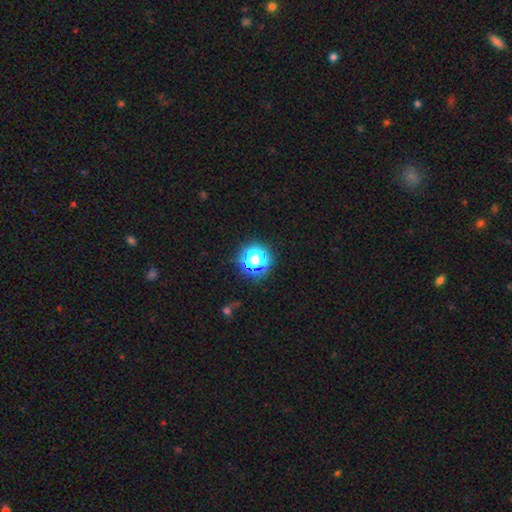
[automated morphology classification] smooth-or-featured: smooth: 52% | star or artifact: 39% | featured or disk: 9%
  how-rounded: round: 92% | in between: 7% | cigar-shaped: 1%
  merging: none: 80% | minor disturbance: 11% | major disturbance: 5% | merger: 3%